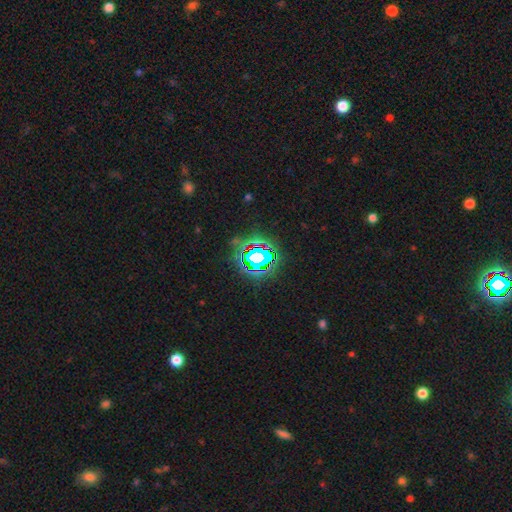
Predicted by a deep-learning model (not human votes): A star or artifact, not a galaxy (72%).

Vote fractions:
- Smooth or featured? star or artifact: 72% / smooth: 16% / featured or disk: 12%